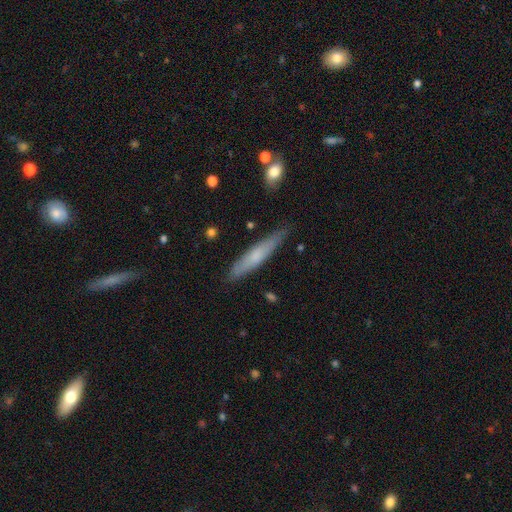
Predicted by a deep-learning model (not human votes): Smooth or featured: smooth — 62% (featured or disk — 32%)
How rounded: cigar-shaped — 89% (in between — 9%)
Merging: none — 84% (minor disturbance — 12%)